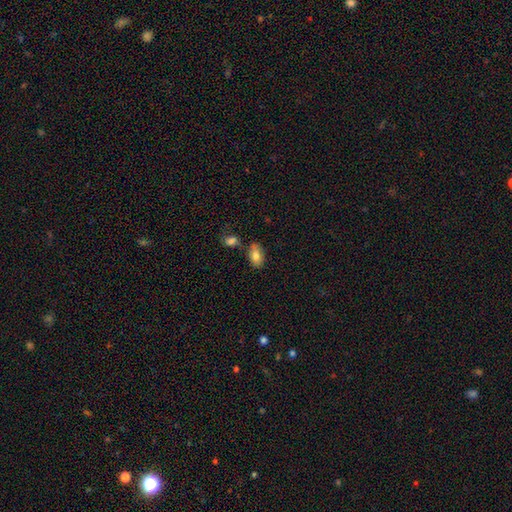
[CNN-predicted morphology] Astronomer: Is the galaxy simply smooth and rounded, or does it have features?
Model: smooth — 80%.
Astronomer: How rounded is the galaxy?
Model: in between — 91%.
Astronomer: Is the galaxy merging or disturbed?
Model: none — 67%.